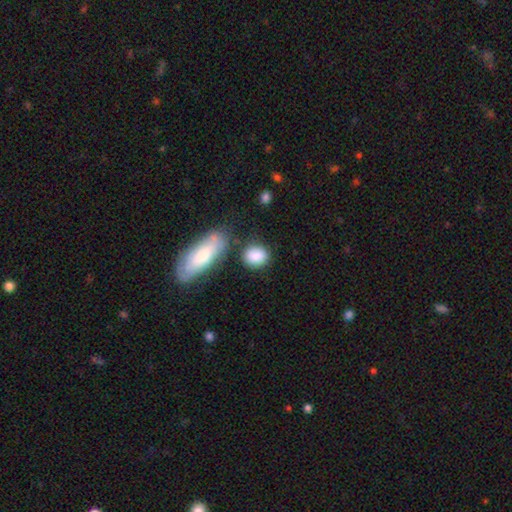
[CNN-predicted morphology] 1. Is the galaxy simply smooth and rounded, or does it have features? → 88% smooth, 6% star or artifact, 6% featured or disk.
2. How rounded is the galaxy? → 53% round, 44% in between, 3% cigar-shaped.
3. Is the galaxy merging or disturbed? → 69% none, 16% minor disturbance, 10% merger, 5% major disturbance.